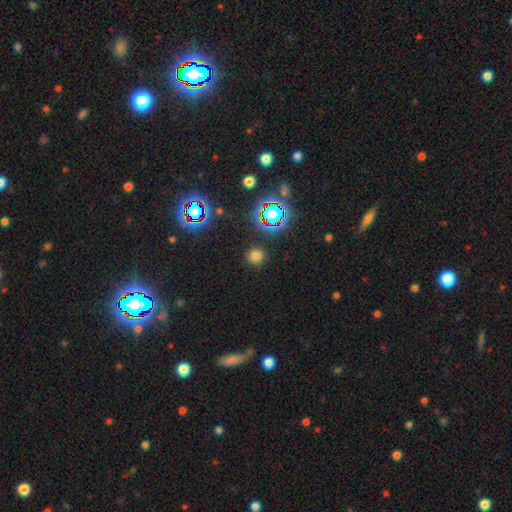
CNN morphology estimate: type=smooth (70%); roundness=round (93%); merging=none (89%).